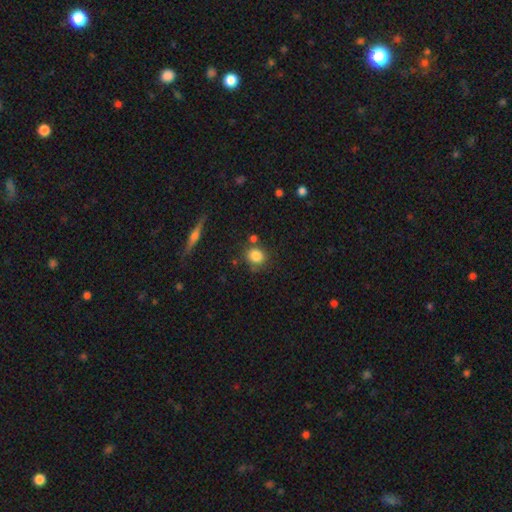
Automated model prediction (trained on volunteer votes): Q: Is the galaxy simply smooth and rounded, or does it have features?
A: smooth — 84%.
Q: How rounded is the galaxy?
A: round — 77%.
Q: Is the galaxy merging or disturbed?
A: none — 73%.